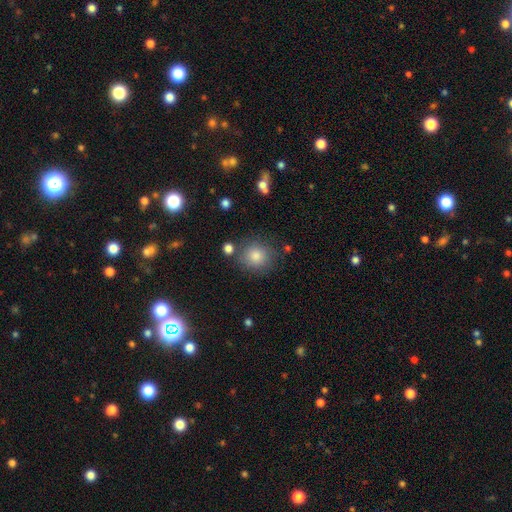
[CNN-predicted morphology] The model was most divided on "smooth or featured": smooth: 79%, star or artifact: 13%, featured or disk: 8%. More confident: how rounded — round (87%); merging — none (81%).